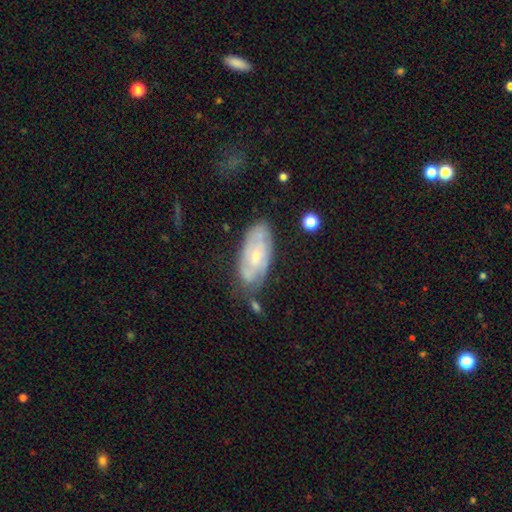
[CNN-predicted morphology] Overall: featured or disk (63%; smooth 31%). Edge-on disk: no (91%). Bar: no (64%; weak 30%). Spiral arms: yes (77%). Bulge size: small (57%; moderate 37%). Merging: none (66%).